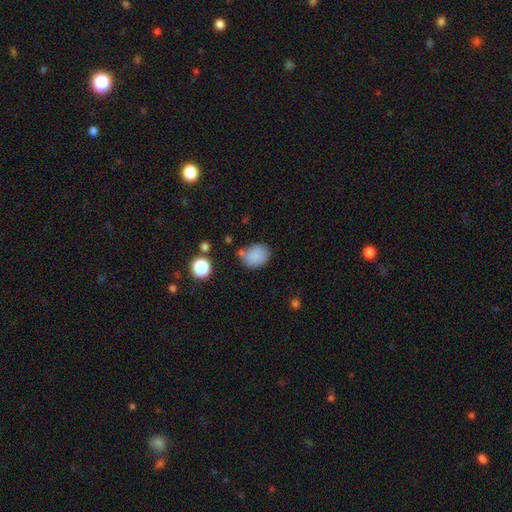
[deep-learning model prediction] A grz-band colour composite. It shows a smooth galaxy with no disk features (84%) that is in between round and cigar-shaped (52%). Merging: none (66%).